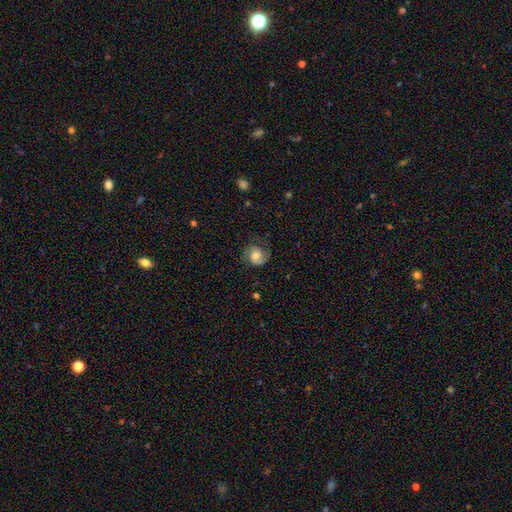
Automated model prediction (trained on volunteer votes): Smooth or featured? Predicted: featured or disk (p=0.50). Edge-on disk? Predicted: no (p=0.97). Merging? Predicted: none (p=0.61).